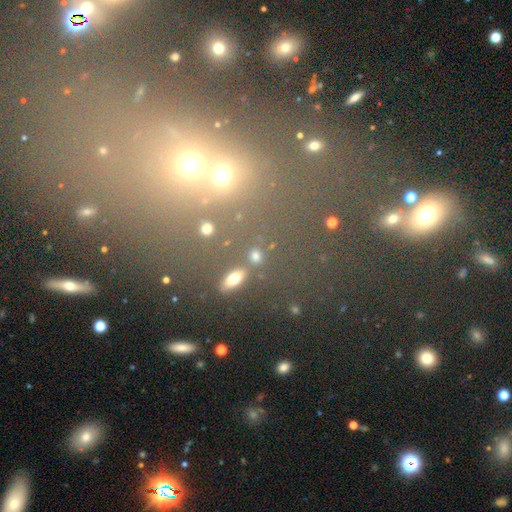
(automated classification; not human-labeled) This appears to be a star or artifact, not a galaxy (47%).